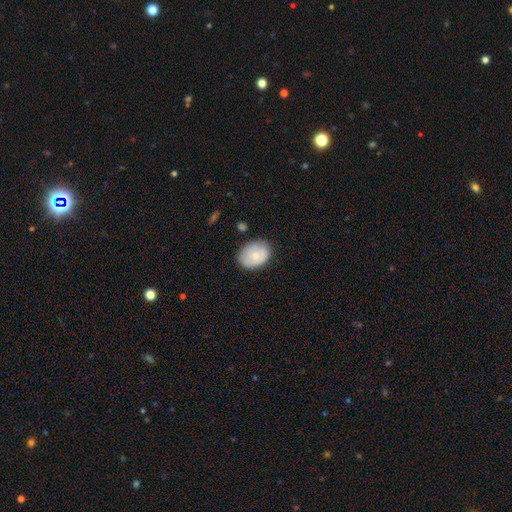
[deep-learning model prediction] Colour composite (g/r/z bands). It shows a smooth galaxy with no disk features (67%) that is in between round and cigar-shaped (68%). Merging: none (74%).